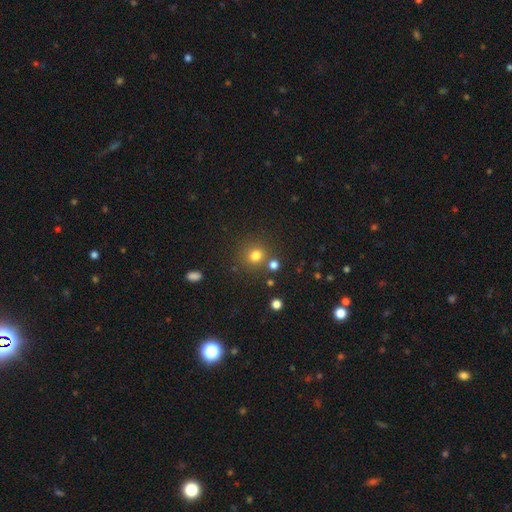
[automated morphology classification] Q: Smooth or featured?
A: smooth (77%); runner-up: star or artifact (17%)
Q: How rounded?
A: round (87%); runner-up: in between (12%)
Q: Merging?
A: none (77%); runner-up: merger (11%)